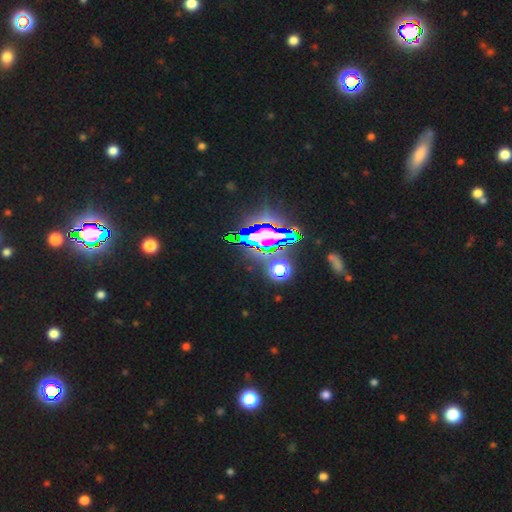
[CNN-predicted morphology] Q: Smooth or featured?
A: star or artifact (80%); runner-up: smooth (11%)